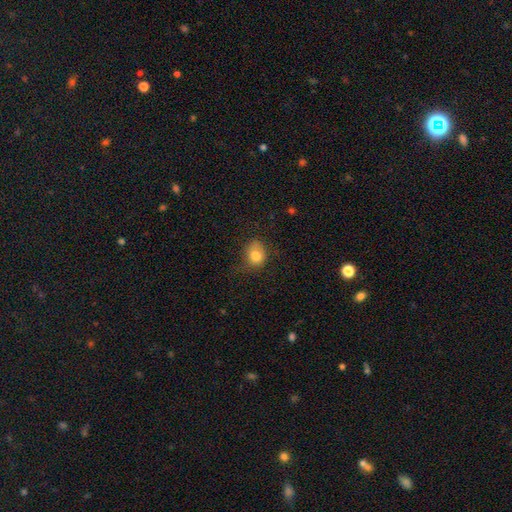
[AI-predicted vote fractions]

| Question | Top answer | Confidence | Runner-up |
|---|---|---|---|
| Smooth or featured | smooth | 80% | star or artifact (10%) |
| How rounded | in between | 50% | round (49%) |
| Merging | none | 52% | minor disturbance (33%) |